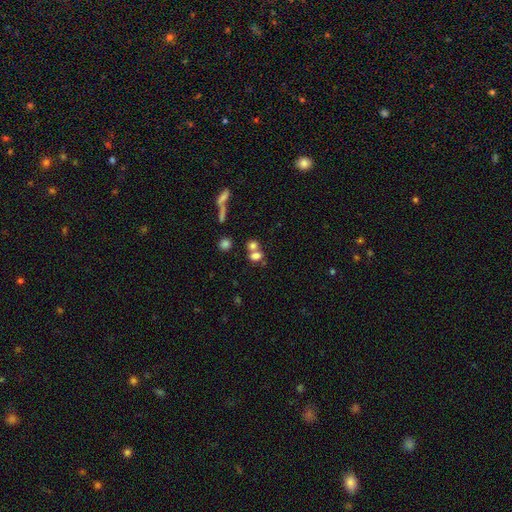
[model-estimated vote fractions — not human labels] Overall: smooth (73%). How rounded: in between (59%; round 38%). Merging: merger (50%; none 37%).